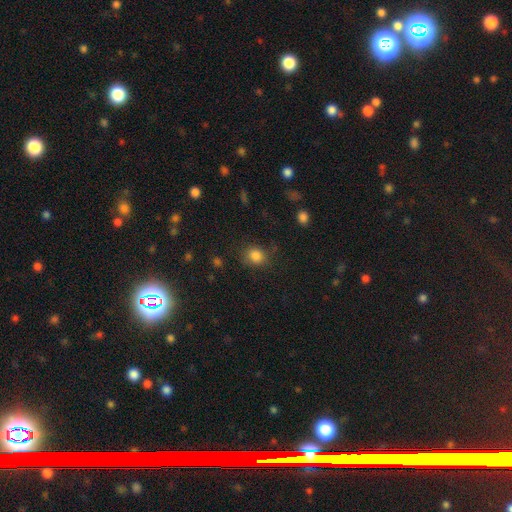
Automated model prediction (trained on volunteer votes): smooth-or-featured: smooth: 84% | star or artifact: 12% | featured or disk: 5%
  how-rounded: round: 71% | in between: 28% | cigar-shaped: 1%
  merging: none: 77% | minor disturbance: 16% | major disturbance: 5% | merger: 2%